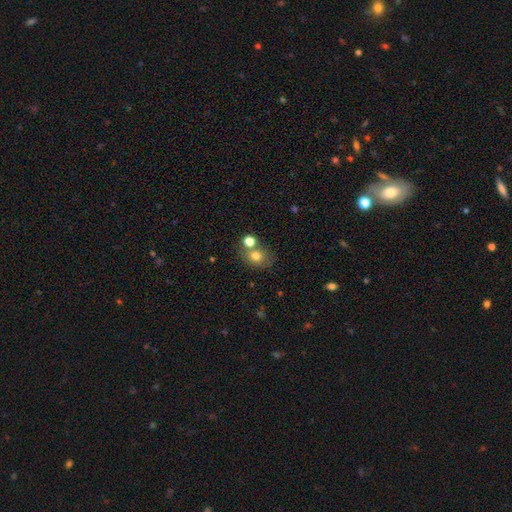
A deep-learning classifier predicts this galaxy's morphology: Smooth or featured? smooth (74%)
How rounded? round (59%)
Merging? none (58%)